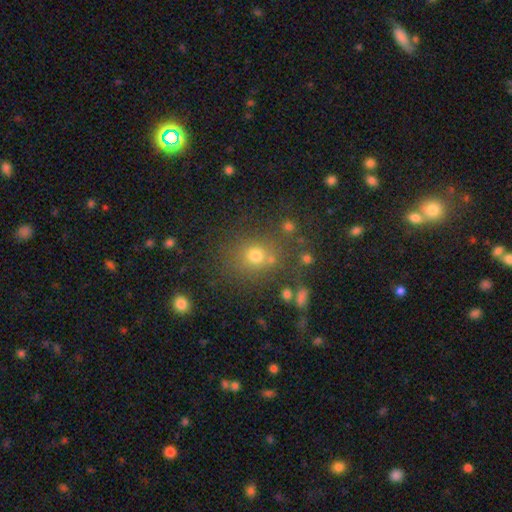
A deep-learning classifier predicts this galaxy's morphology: A smooth galaxy with no disk features (72%) that is round (83%). Merging: none (72%).